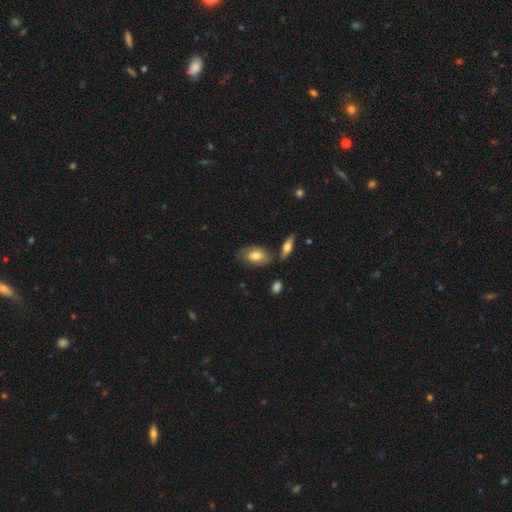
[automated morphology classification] smooth_or_featured: smooth (p=0.72) [alt: featured or disk p=0.22]
how_rounded: in between (p=0.92) [alt: round p=0.04]
merging: none (p=0.71) [alt: minor disturbance p=0.17]